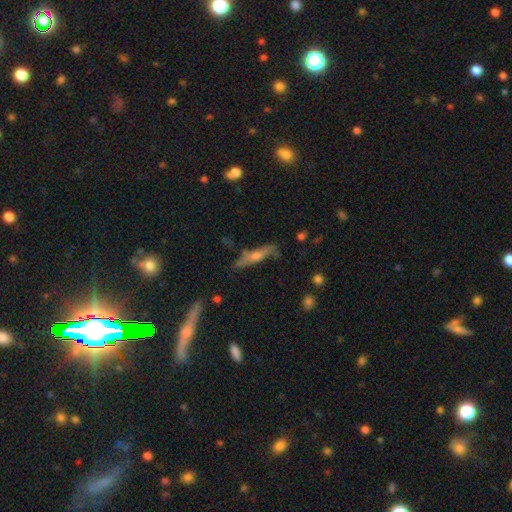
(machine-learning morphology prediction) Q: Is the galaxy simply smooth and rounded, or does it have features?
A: featured or disk — 56%.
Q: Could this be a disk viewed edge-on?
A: yes — 87%.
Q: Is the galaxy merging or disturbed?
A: none — 73%.